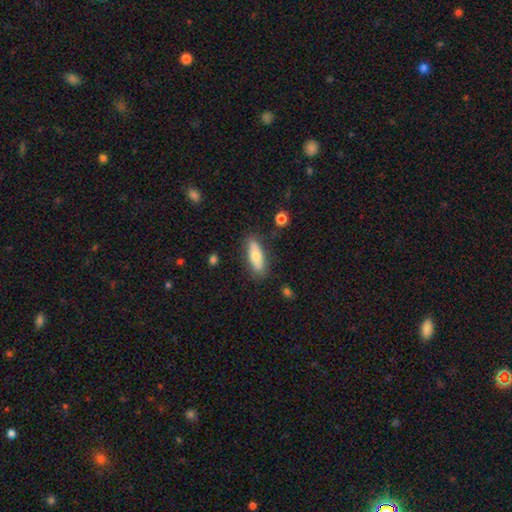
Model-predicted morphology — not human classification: A smooth galaxy with no disk features (67%) that is in between round and cigar-shaped (57%).

Vote fractions:
- Smooth or featured? smooth: 67% / featured or disk: 27% / star or artifact: 6%
- How rounded? in between: 57% / cigar-shaped: 40% / round: 2%
- Merging? none: 81% / minor disturbance: 14% / major disturbance: 3% / merger: 3%